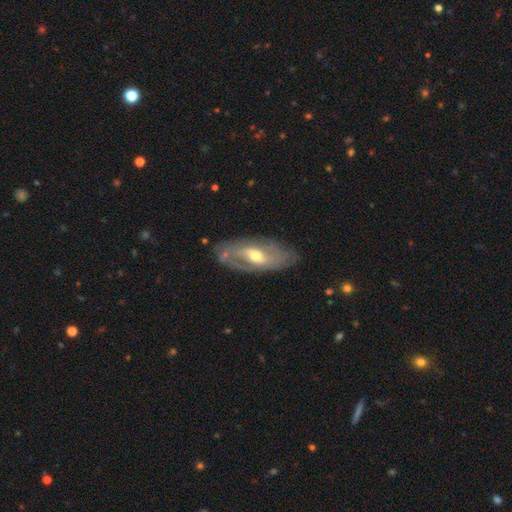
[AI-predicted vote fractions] featured or disk 71%, smooth 23%, star or artifact 6%. Down the decision tree: edge-on disk — no (86%); bar — weak (43%); spiral arms — yes (68%); bulge size — moderate (66%); merging — none (72%).